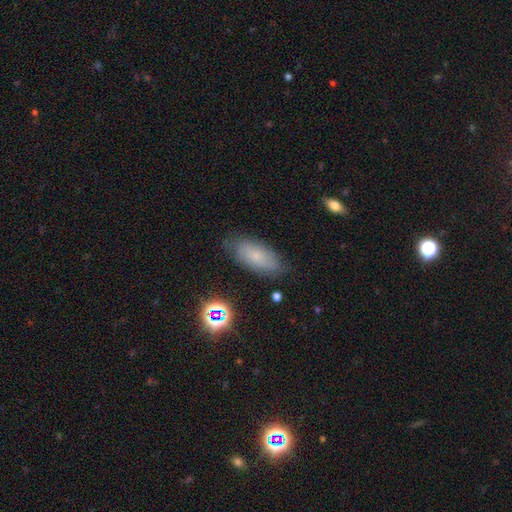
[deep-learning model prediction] This appears to be a smooth galaxy with no disk features (58%) that is in between round and cigar-shaped (85%). Merging: none (77%).